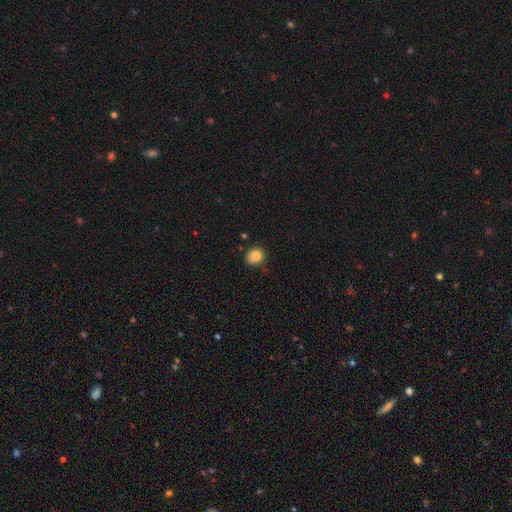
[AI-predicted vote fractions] This appears to be a smooth galaxy with no disk features (85%) that is round (78%). Merging: none (78%).